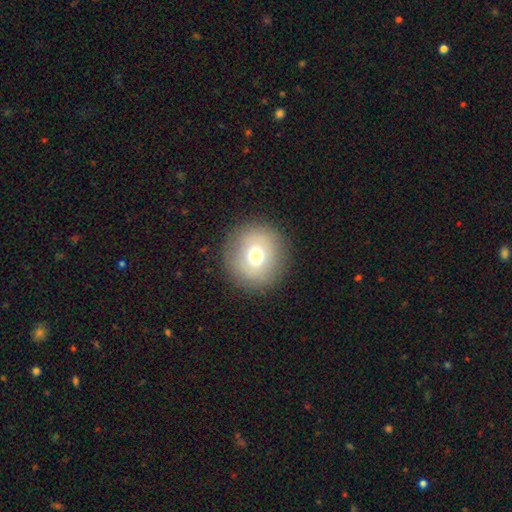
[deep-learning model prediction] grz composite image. It shows a smooth galaxy with no disk features (71%) that is round (93%). Merging: none (89%).